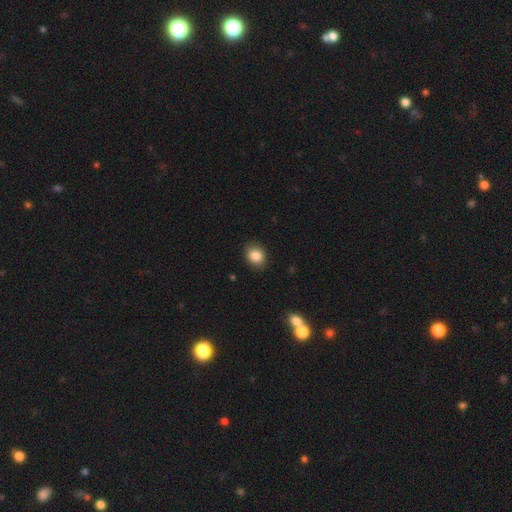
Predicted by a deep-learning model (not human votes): Smooth or featured?
  - smooth: 85% *
  - star or artifact: 9%
  - featured or disk: 6%
How rounded?
  - round: 52% *
  - in between: 48%
  - cigar-shaped: 1%
Merging?
  - none: 89% *
  - minor disturbance: 8%
  - major disturbance: 2%
  - merger: 1%